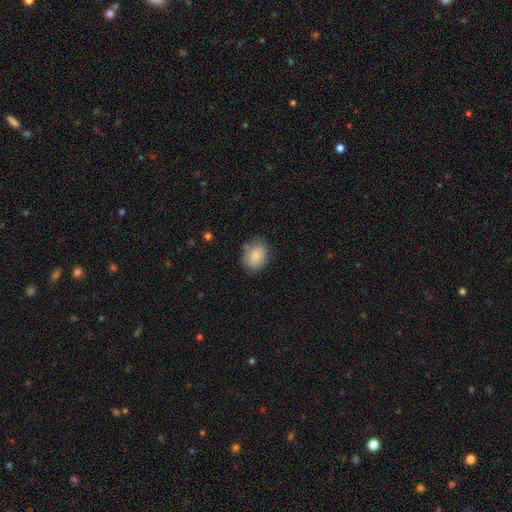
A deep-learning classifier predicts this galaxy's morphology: Smooth or featured? Predicted: smooth (p=0.84). How rounded? Predicted: in between (p=0.50). Merging? Predicted: none (p=0.76).